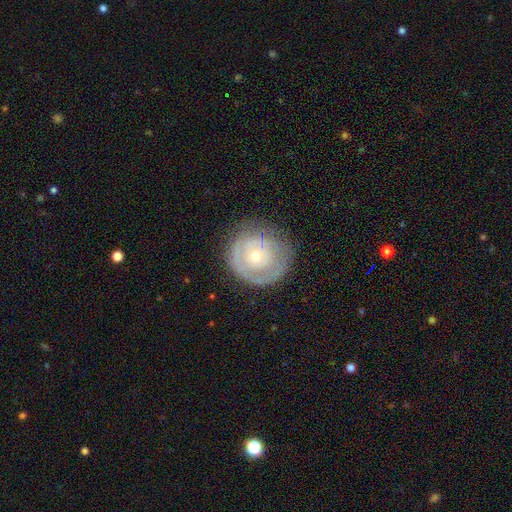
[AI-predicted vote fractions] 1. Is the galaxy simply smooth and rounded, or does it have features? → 62% featured or disk, 31% smooth, 7% star or artifact.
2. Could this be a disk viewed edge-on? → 97% no, 3% yes.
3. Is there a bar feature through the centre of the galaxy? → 87% no, 10% weak, 2% strong.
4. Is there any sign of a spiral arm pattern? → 51% yes, 49% no.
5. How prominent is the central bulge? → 65% small, 31% moderate, 2% large, 1% none, 1% dominant.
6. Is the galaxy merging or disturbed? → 70% none, 19% minor disturbance, 9% major disturbance, 2% merger.